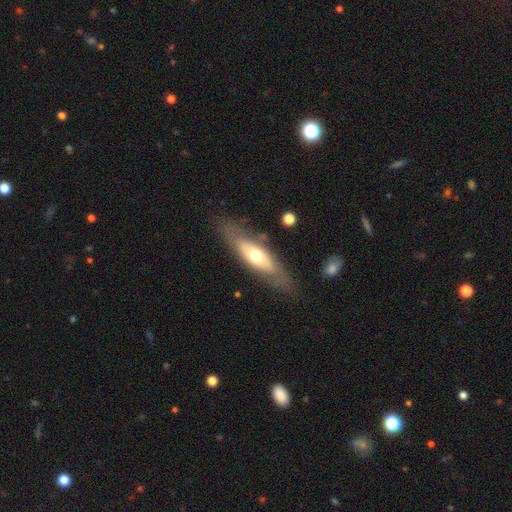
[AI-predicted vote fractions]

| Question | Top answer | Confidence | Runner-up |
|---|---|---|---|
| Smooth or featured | featured or disk | 48% | smooth (46%) |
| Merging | none | 75% | minor disturbance (16%) |